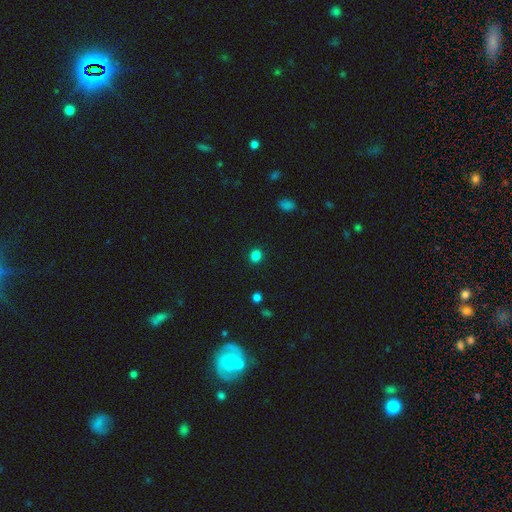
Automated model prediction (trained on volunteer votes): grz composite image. It shows a smooth galaxy with no disk features (84%) that is round (76%). Merging: none (90%).